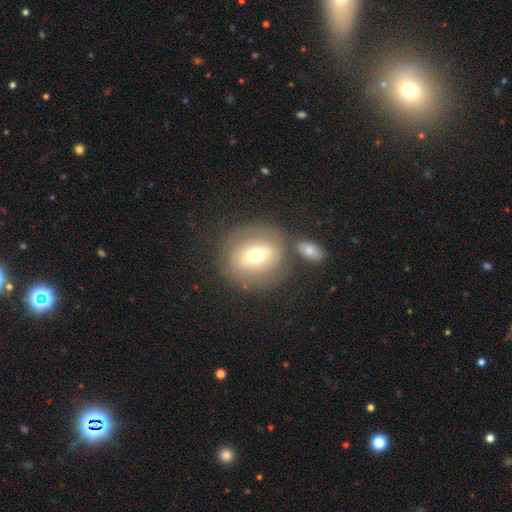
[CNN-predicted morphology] This is possibly a smooth galaxy (49%). Merging: likely none (67%).